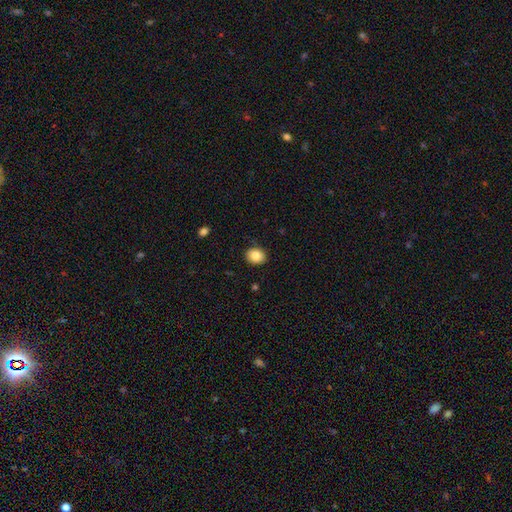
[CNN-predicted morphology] This is clearly a smooth galaxy (86%). How rounded: possibly round (54%). Merging: clearly none (86%).